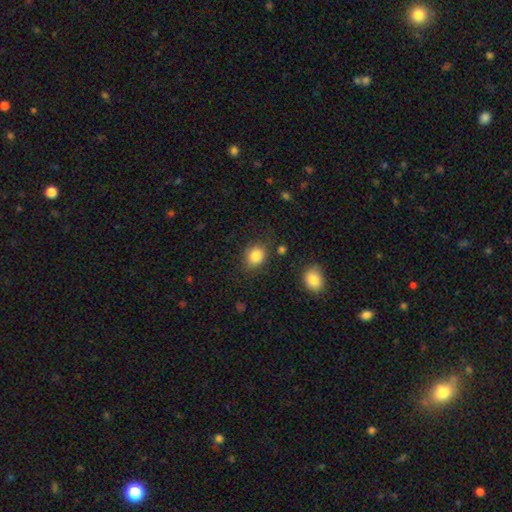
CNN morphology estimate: Q: Smooth or featured?
A: smooth (85%); runner-up: star or artifact (9%)
Q: How rounded?
A: round (65%); runner-up: in between (35%)
Q: Merging?
A: none (80%); runner-up: minor disturbance (13%)